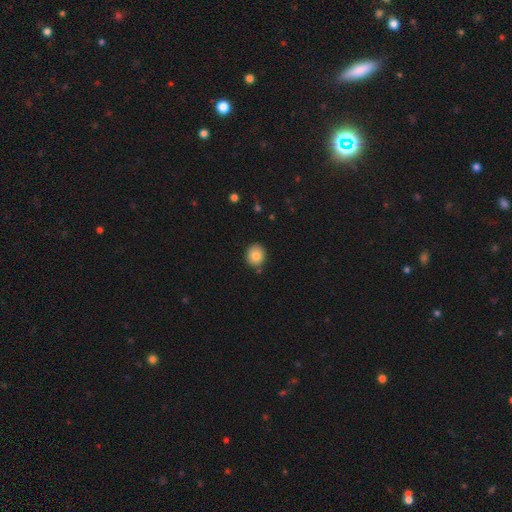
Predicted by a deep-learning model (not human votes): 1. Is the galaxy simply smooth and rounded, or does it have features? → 82% smooth, 9% star or artifact, 9% featured or disk.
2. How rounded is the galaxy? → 75% round, 24% in between, 1% cigar-shaped.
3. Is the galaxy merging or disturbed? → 83% none, 12% minor disturbance, 3% merger, 2% major disturbance.